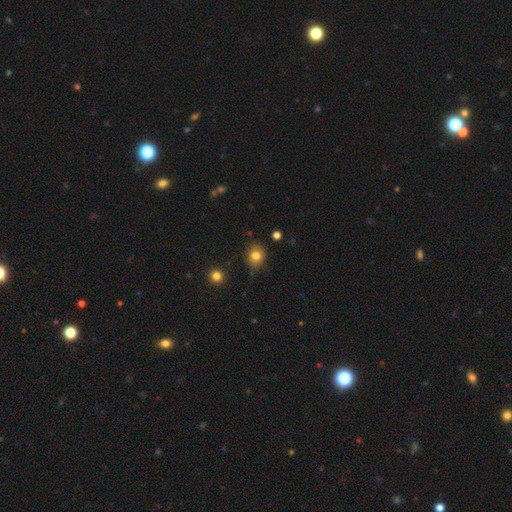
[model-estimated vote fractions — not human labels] smooth_or_featured: smooth (p=0.81) [alt: star or artifact p=0.11]
how_rounded: round (p=0.63) [alt: in between p=0.36]
merging: none (p=0.81) [alt: minor disturbance p=0.14]